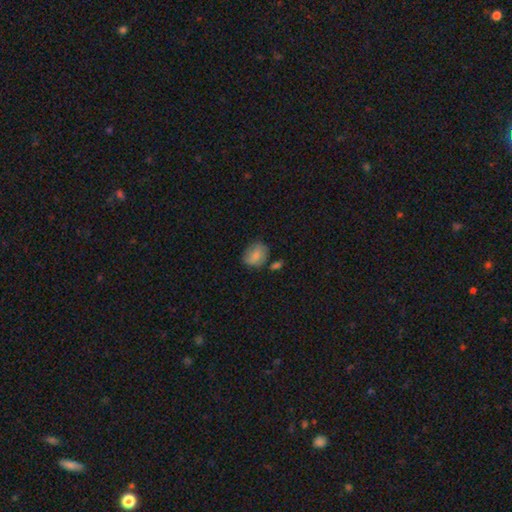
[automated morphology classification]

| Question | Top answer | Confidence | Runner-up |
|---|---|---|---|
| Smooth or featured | smooth | 78% | featured or disk (13%) |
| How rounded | in between | 54% | round (45%) |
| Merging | none | 61% | minor disturbance (25%) |